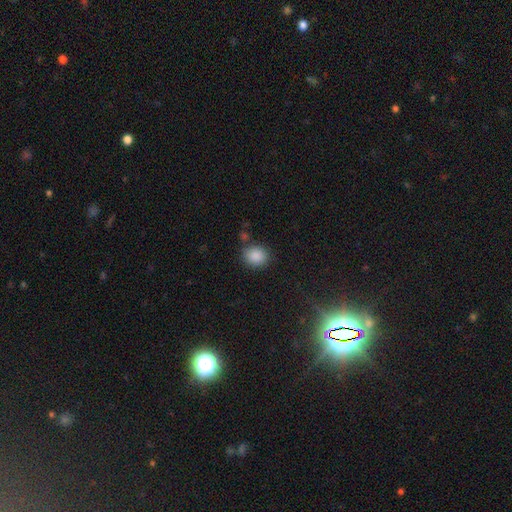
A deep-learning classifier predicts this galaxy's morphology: Smooth or featured: smooth — 88% (star or artifact — 9%)
How rounded: round — 73% (in between — 26%)
Merging: none — 78% (minor disturbance — 12%)